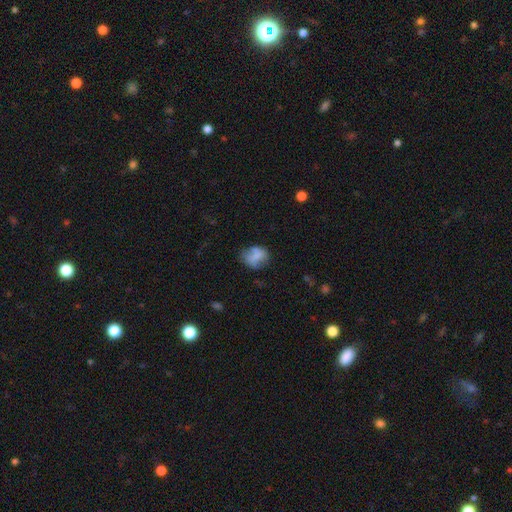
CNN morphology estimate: smooth_or_featured: smooth (p=0.68) [alt: featured or disk p=0.23]
how_rounded: in between (p=0.60) [alt: round p=0.38]
merging: none (p=0.51) [alt: minor disturbance p=0.29]